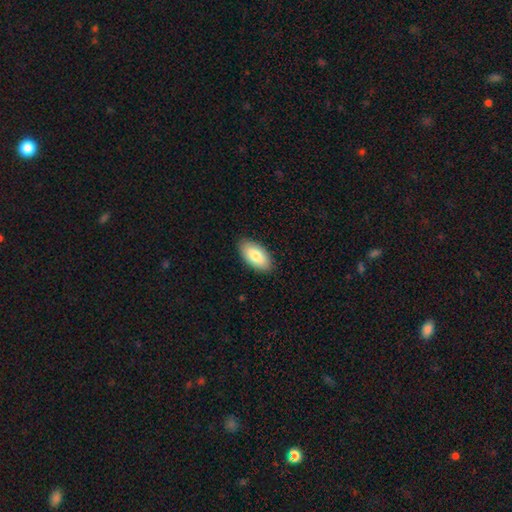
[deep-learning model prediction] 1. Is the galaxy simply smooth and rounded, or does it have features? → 82% smooth, 13% featured or disk, 6% star or artifact.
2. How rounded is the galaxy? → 95% in between, 3% cigar-shaped, 2% round.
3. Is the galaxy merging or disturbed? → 88% none, 9% minor disturbance, 2% major disturbance, 1% merger.